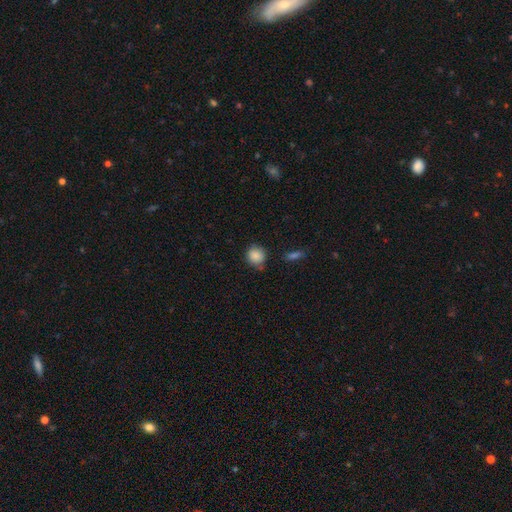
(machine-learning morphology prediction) Smooth or featured? Predicted: smooth (p=0.87). How rounded? Predicted: round (p=0.86). Merging? Predicted: none (p=0.75).